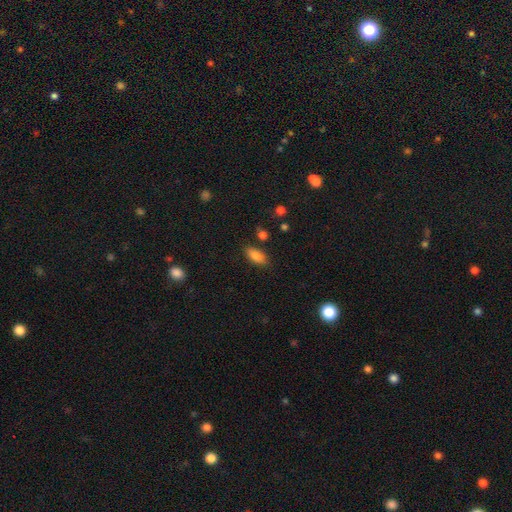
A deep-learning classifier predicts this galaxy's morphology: The model was most divided on "merging": none: 82%, minor disturbance: 12%, major disturbance: 3%, merger: 3%. More confident: how rounded — in between (86%); smooth or featured — smooth (85%).